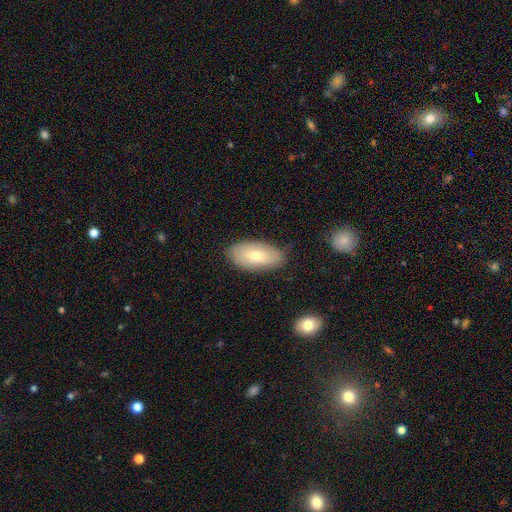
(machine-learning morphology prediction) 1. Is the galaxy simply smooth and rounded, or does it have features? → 70% smooth, 24% featured or disk, 7% star or artifact.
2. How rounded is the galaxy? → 92% in between, 4% cigar-shaped, 3% round.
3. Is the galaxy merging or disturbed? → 81% none, 14% minor disturbance, 3% major disturbance, 1% merger.